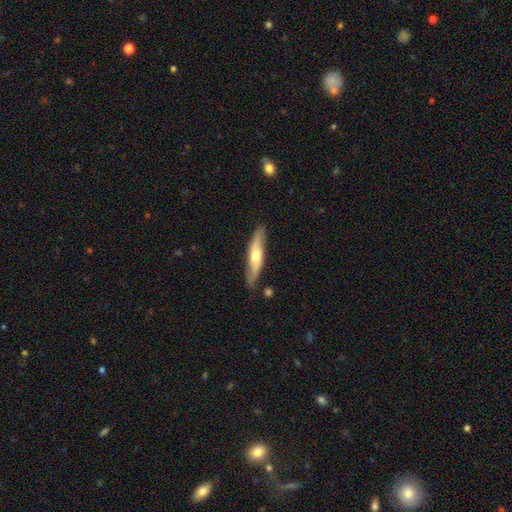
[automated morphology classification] A featured or disk galaxy (51%) viewed edge-on (79%).

Vote fractions:
- Smooth or featured? featured or disk: 51% / smooth: 44% / star or artifact: 5%
- Edge-on disk? yes: 79% / no: 21%
- Merging? none: 82% / minor disturbance: 13% / major disturbance: 2% / merger: 2%